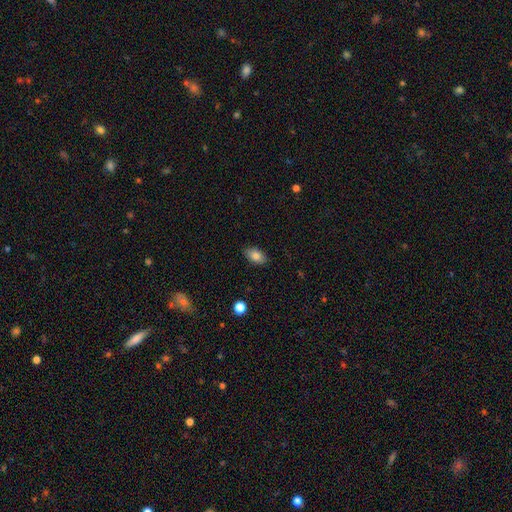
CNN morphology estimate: Smooth or featured?
  - smooth: 84% *
  - featured or disk: 8%
  - star or artifact: 8%
How rounded?
  - in between: 91% *
  - round: 7%
  - cigar-shaped: 2%
Merging?
  - none: 86% *
  - minor disturbance: 11%
  - major disturbance: 2%
  - merger: 1%